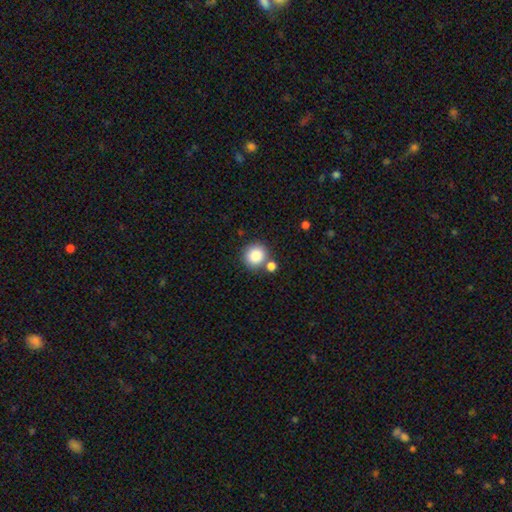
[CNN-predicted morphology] A smooth galaxy with no disk features (86%) that is round (91%). Merging: none (71%).